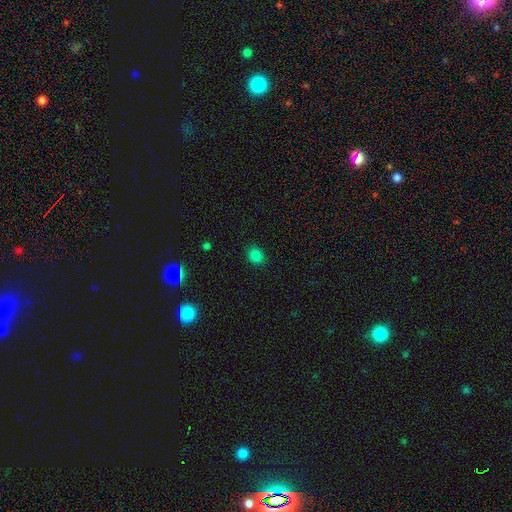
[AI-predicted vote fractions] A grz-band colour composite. It shows a smooth galaxy with no disk features (81%) that is round (63%). Merging: none (88%).